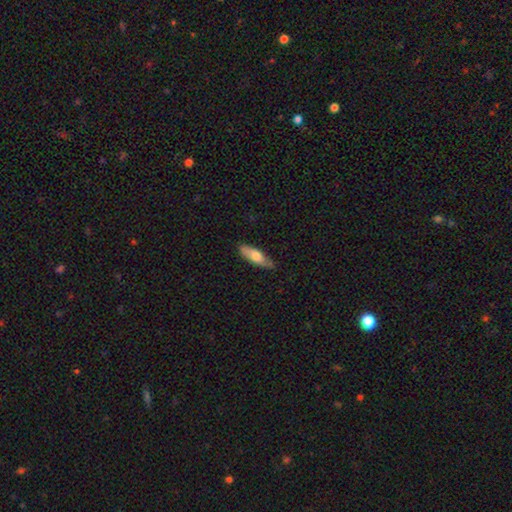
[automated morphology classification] smooth_or_featured: smooth (p=0.69) [alt: featured or disk p=0.26]
how_rounded: in between (p=0.51) [alt: cigar-shaped p=0.48]
merging: none (p=0.75) [alt: minor disturbance p=0.21]